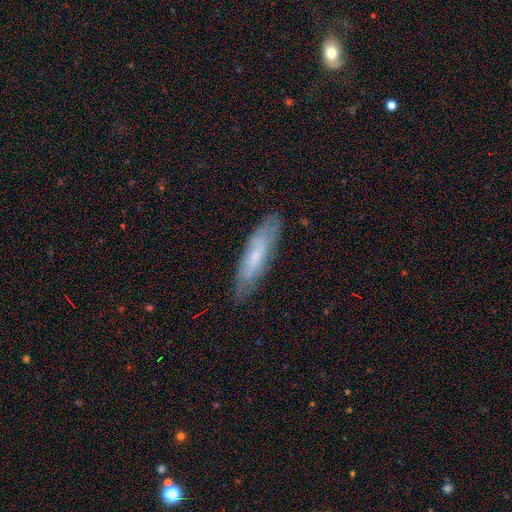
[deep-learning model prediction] Smooth or featured?
  - smooth: 49% *
  - featured or disk: 44%
  - star or artifact: 7%
Merging?
  - none: 80% *
  - minor disturbance: 15%
  - major disturbance: 3%
  - merger: 1%